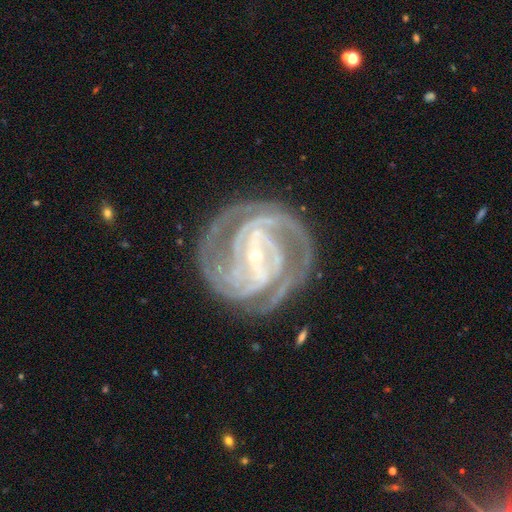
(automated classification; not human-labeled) Morphology: type=featured or disk (91%); edge-on=no (97%); bar=strong (54%); spiral arms=yes (98%); winding=tight (70%); arm count=2 (30%); bulge=small (81%); merging=none (77%).